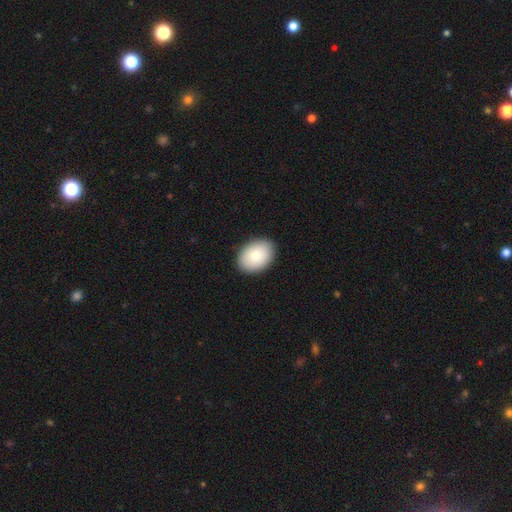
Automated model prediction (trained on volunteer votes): The model was most divided on "how rounded": in between: 79%, round: 20%, cigar-shaped: 1%. More confident: merging — none (89%); smooth or featured — smooth (82%).